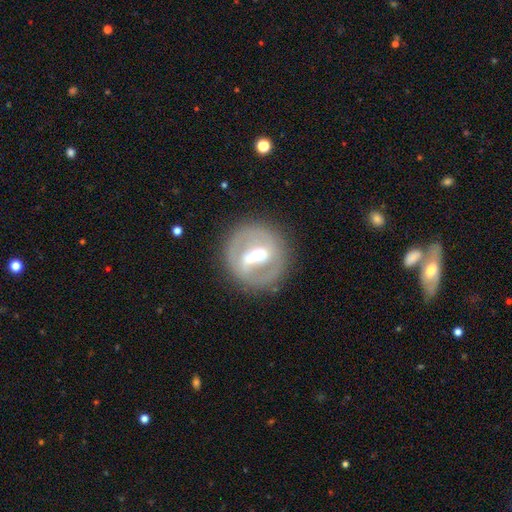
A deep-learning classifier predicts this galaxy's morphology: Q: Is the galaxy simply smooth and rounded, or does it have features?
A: featured or disk — 75%.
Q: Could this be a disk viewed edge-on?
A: no — 83%.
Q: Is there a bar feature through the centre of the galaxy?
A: strong — 72%.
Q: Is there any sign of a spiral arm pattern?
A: no — 65%.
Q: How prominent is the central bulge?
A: moderate — 59%.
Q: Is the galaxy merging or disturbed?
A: none — 82%.